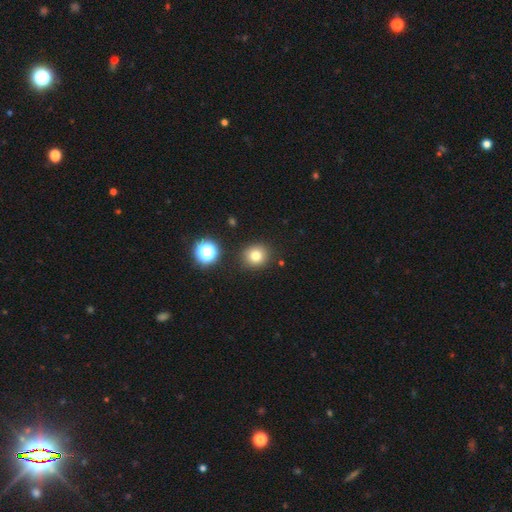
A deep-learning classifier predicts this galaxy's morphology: Smooth or featured: smooth — 79% (star or artifact — 14%)
How rounded: round — 88% (in between — 11%)
Merging: none — 88% (minor disturbance — 7%)